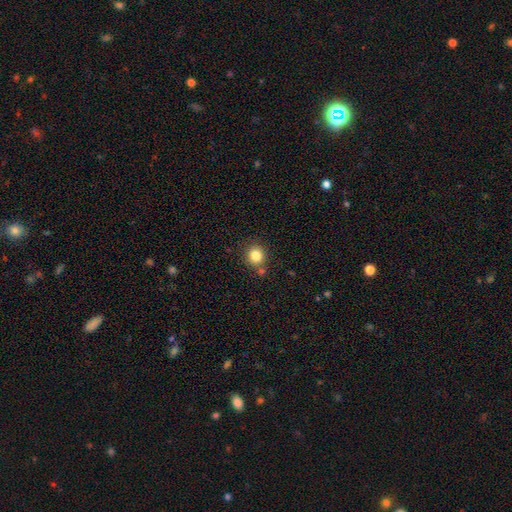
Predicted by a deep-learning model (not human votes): smooth_or_featured: smooth (p=0.83) [alt: star or artifact p=0.11]
how_rounded: round (p=0.87) [alt: in between p=0.12]
merging: none (p=0.78) [alt: merger p=0.10]